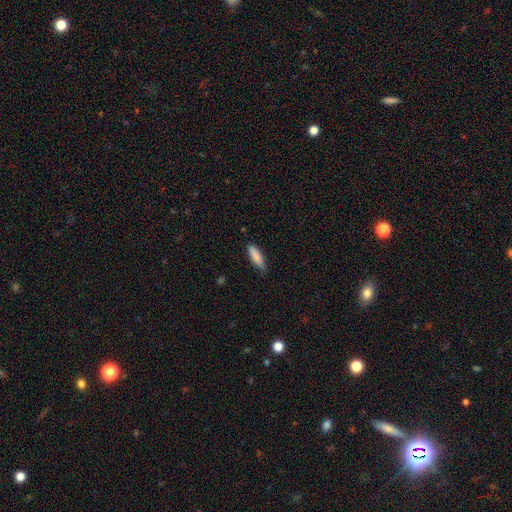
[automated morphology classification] smooth_or_featured: smooth (p=0.86) [alt: featured or disk p=0.08]
how_rounded: cigar-shaped (p=0.60) [alt: in between p=0.38]
merging: none (p=0.78) [alt: minor disturbance p=0.19]